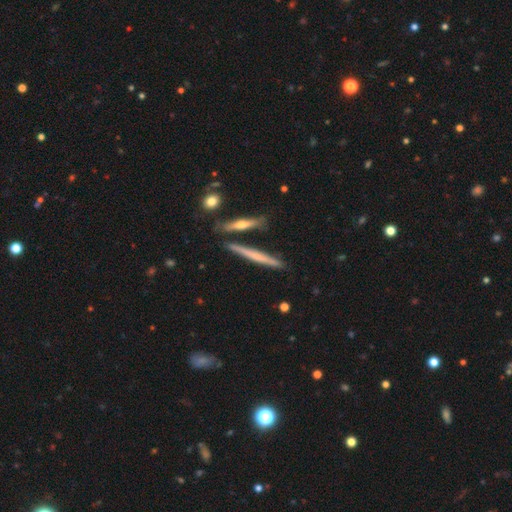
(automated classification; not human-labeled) The model was most divided on "smooth or featured": featured or disk: 49%, smooth: 45%, star or artifact: 7%. More confident: merging — none (84%).